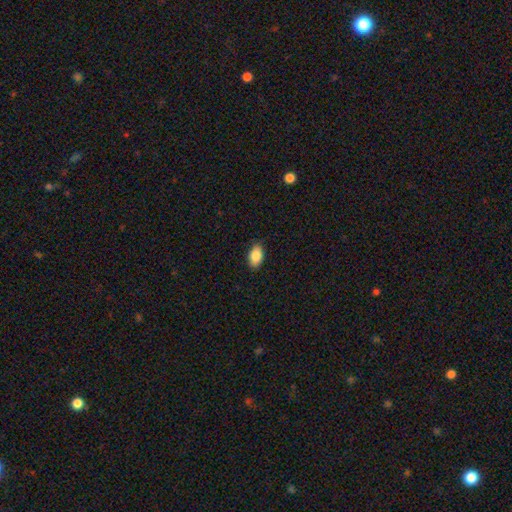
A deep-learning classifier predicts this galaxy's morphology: Q: Smooth or featured?
A: smooth (86%); runner-up: star or artifact (7%)
Q: How rounded?
A: in between (92%); runner-up: round (6%)
Q: Merging?
A: none (87%); runner-up: minor disturbance (10%)